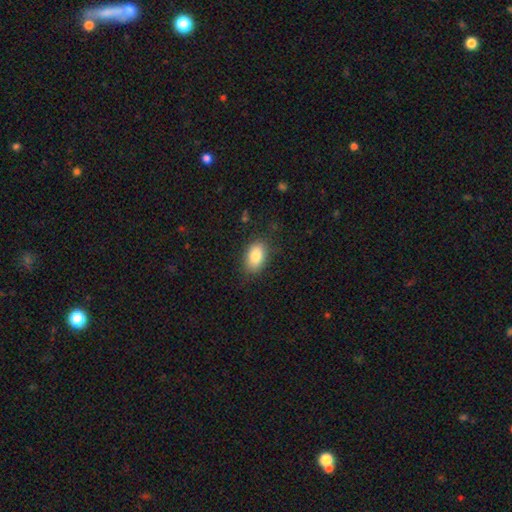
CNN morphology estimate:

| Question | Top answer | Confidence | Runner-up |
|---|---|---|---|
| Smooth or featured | smooth | 84% | featured or disk (8%) |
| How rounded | in between | 89% | round (9%) |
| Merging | none | 80% | minor disturbance (14%) |